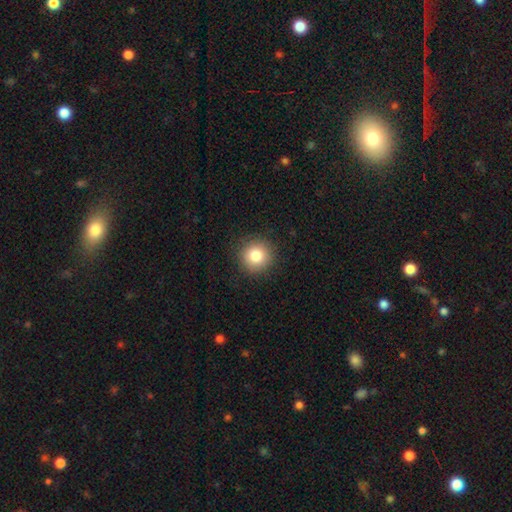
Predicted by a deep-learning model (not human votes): smooth-or-featured: smooth: 82% | star or artifact: 11% | featured or disk: 8%
  how-rounded: round: 93% | in between: 6% | cigar-shaped: 1%
  merging: none: 90% | minor disturbance: 7% | major disturbance: 2% | merger: 1%